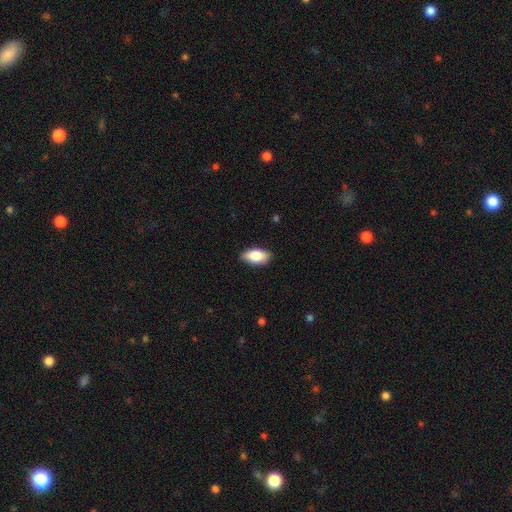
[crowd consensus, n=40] Morphology: type=smooth (95%); roundness=in between (92%); merging=none (92%).